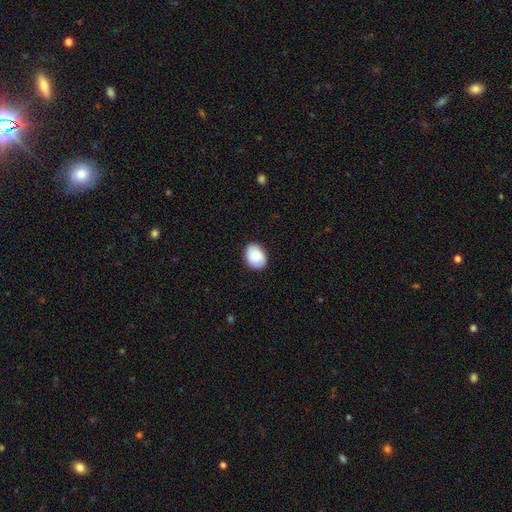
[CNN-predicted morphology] Smooth or featured? Predicted: smooth (p=0.86). How rounded? Predicted: in between (p=0.73). Merging? Predicted: none (p=0.87).